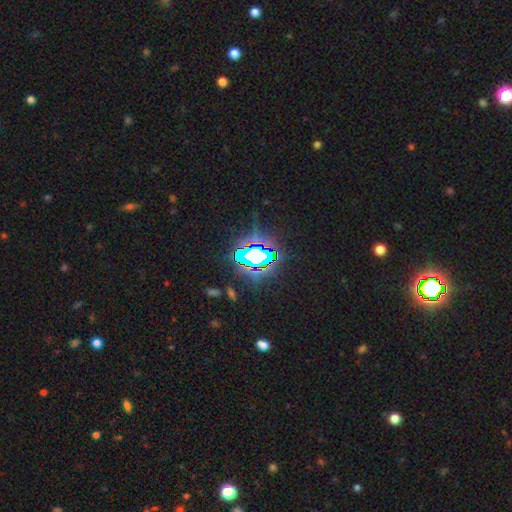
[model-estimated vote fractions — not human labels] Smooth or featured: star or artifact — 73% (smooth — 14%)